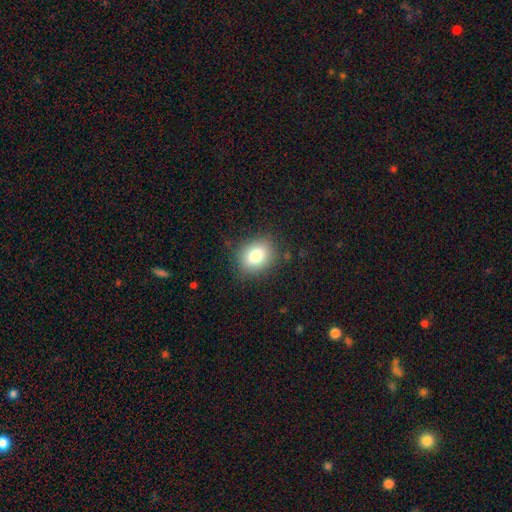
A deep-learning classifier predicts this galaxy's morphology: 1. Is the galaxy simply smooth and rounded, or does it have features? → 80% smooth, 10% star or artifact, 10% featured or disk.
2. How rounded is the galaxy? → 53% in between, 46% round, 1% cigar-shaped.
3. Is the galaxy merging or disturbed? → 84% none, 12% minor disturbance, 4% major disturbance, 1% merger.